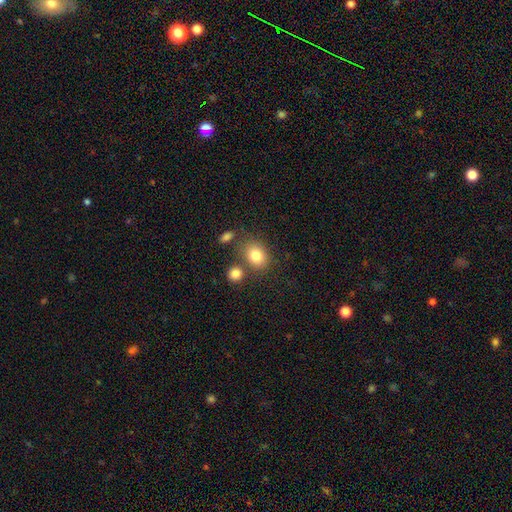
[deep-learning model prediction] The model was most divided on "how rounded": round: 51%, in between: 48%, cigar-shaped: 1%. More confident: smooth or featured — smooth (81%); merging — none (67%).